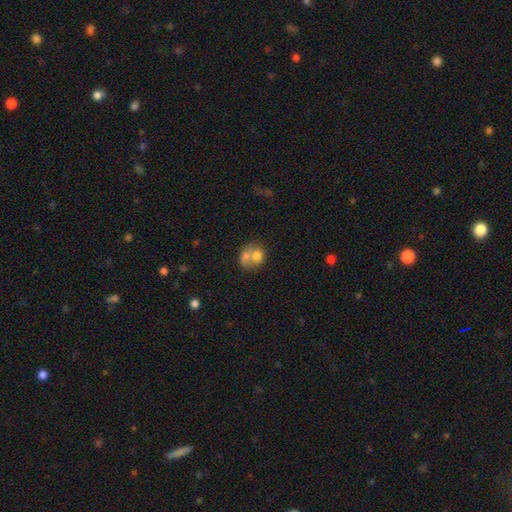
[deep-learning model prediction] Smooth or featured?
  - smooth: 67% *
  - featured or disk: 24%
  - star or artifact: 9%
How rounded?
  - round: 56% *
  - in between: 43%
  - cigar-shaped: 1%
Merging?
  - merger: 63% *
  - none: 22%
  - minor disturbance: 8%
  - major disturbance: 6%